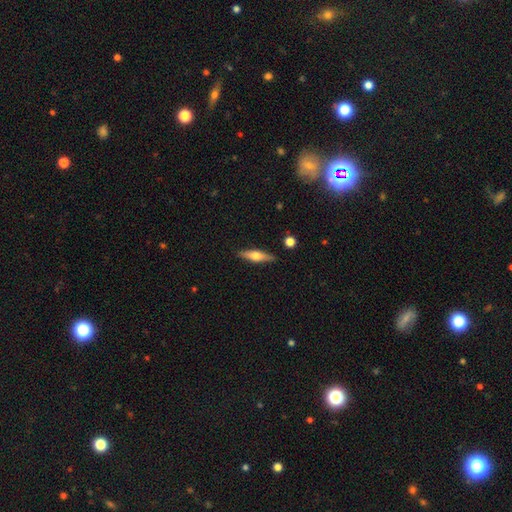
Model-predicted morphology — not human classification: Smooth or featured: featured or disk — 52% (smooth — 42%)
Edge-on disk: yes — 93% (no — 7%)
Merging: none — 88% (minor disturbance — 8%)